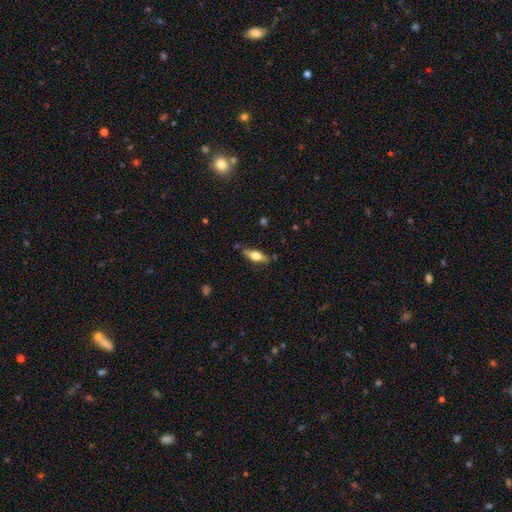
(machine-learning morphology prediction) smooth-or-featured: smooth: 49% | featured or disk: 44% | star or artifact: 6%
  merging: none: 82% | minor disturbance: 13% | major disturbance: 3% | merger: 2%